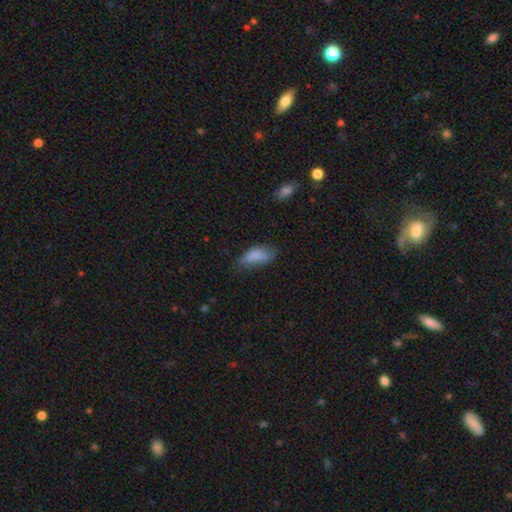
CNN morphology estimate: A smooth galaxy with no disk features (79%) that is in between round and cigar-shaped (83%).

Vote fractions:
- Smooth or featured? smooth: 79% / featured or disk: 12% / star or artifact: 9%
- How rounded? in between: 83% / cigar-shaped: 14% / round: 3%
- Merging? none: 40% / minor disturbance: 37% / major disturbance: 19% / merger: 3%